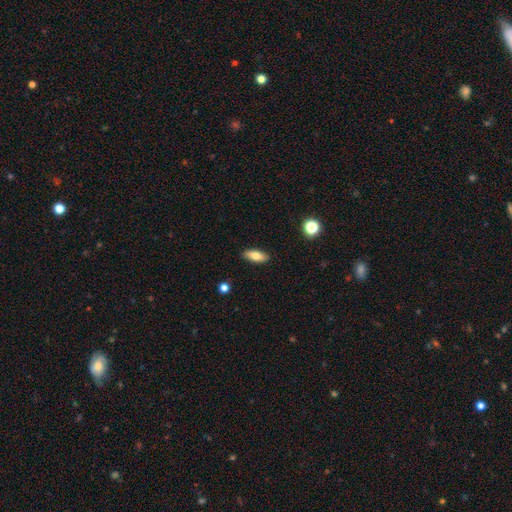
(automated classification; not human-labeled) smooth 75%, featured or disk 17%, star or artifact 7%. Down the decision tree: how rounded — in between (77%); merging — none (88%).